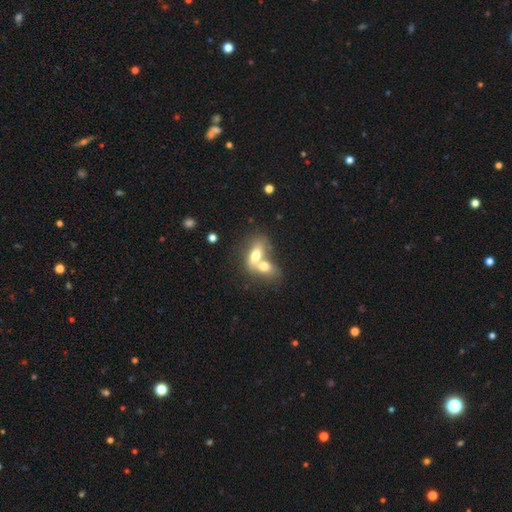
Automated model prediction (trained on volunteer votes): This is likely a smooth galaxy (66%). How rounded: clearly in between (81%). Merging: likely merger (75%).